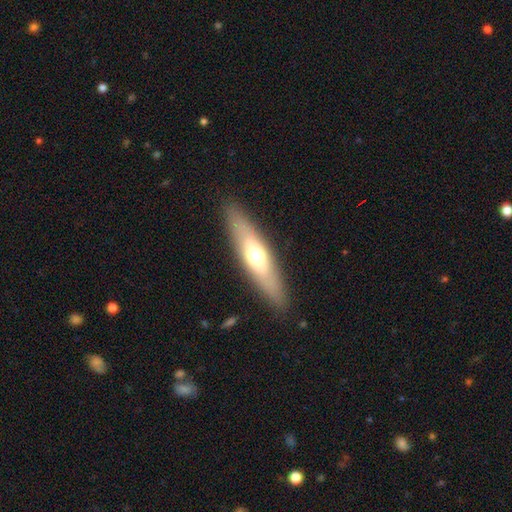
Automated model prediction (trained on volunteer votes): smooth 50%, featured or disk 44%, star or artifact 6%. Down the decision tree: how rounded — cigar-shaped (71%); merging — none (88%).